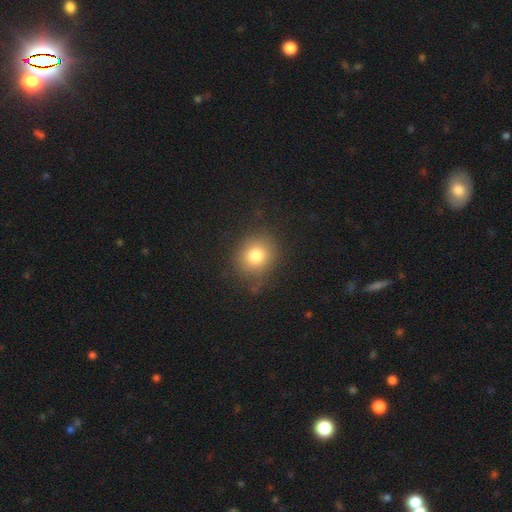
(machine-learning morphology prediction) Smooth or featured: smooth — 79% (star or artifact — 12%)
How rounded: round — 77% (in between — 22%)
Merging: none — 79% (minor disturbance — 15%)